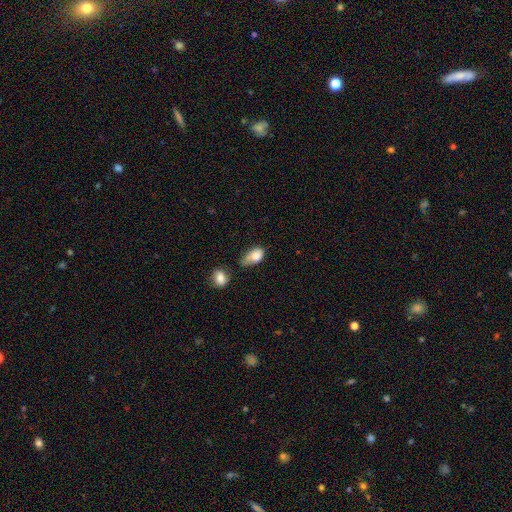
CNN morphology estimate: smooth-or-featured: smooth: 79% | featured or disk: 12% | star or artifact: 8%
  how-rounded: in between: 87% | round: 10% | cigar-shaped: 3%
  merging: minor disturbance: 41% | none: 24% | major disturbance: 22% | merger: 12%